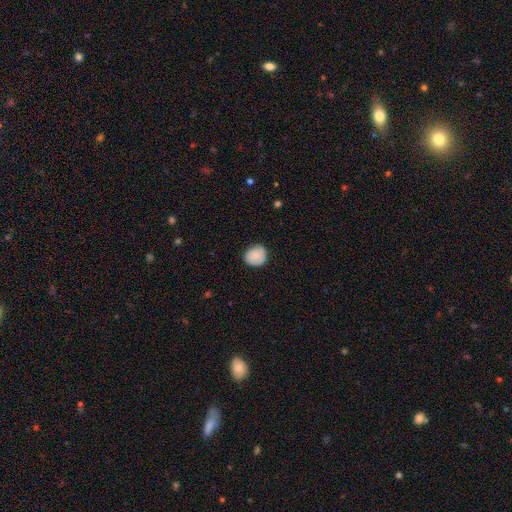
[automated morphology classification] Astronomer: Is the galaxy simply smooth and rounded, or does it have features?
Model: smooth — 85%.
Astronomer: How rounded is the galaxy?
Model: round — 81%.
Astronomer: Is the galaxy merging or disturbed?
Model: none — 79%.